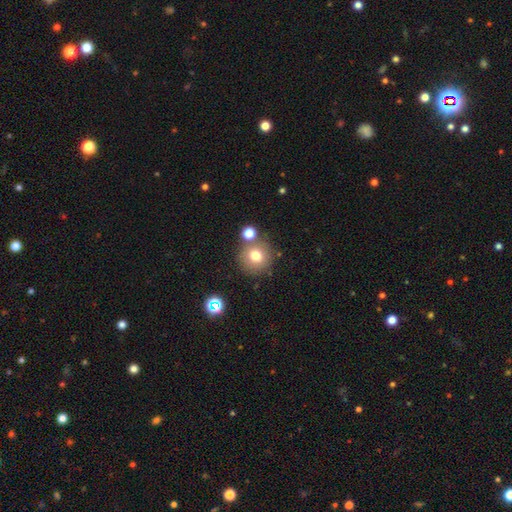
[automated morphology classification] This is likely a smooth galaxy (74%). How rounded: clearly round (92%). Merging: likely none (73%).